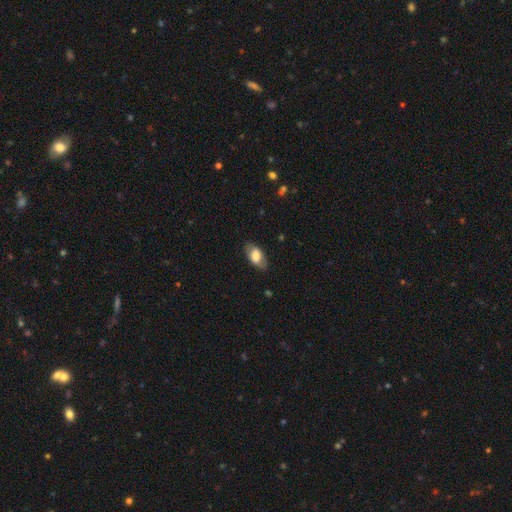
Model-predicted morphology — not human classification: A smooth galaxy with no disk features (70%) that is in between round and cigar-shaped (91%). Merging: none (77%).